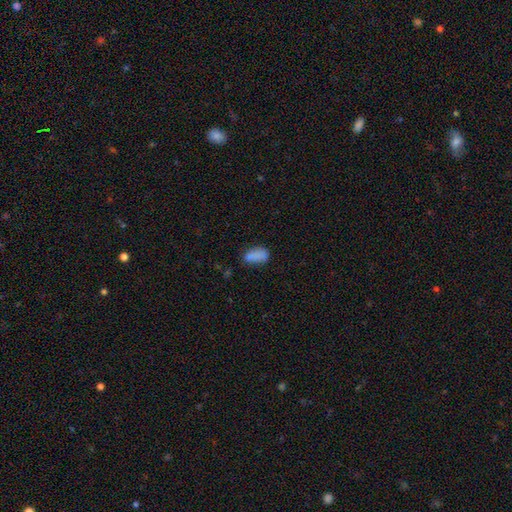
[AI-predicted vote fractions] Smooth or featured?
  - smooth: 80% *
  - star or artifact: 10%
  - featured or disk: 9%
How rounded?
  - in between: 89% *
  - round: 5%
  - cigar-shaped: 5%
Merging?
  - none: 55% *
  - minor disturbance: 25%
  - merger: 11%
  - major disturbance: 9%